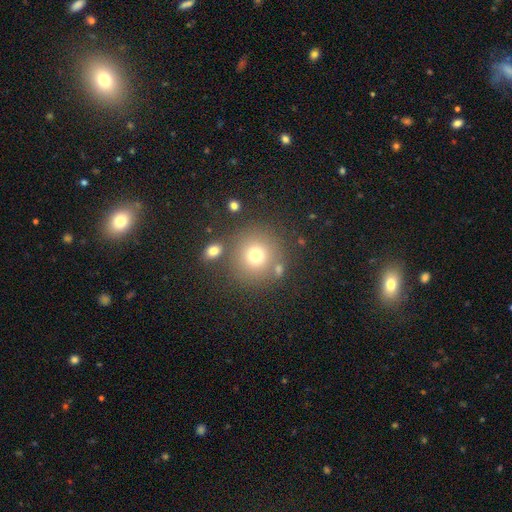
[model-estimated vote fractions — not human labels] Smooth or featured? Predicted: smooth (p=0.73). How rounded? Predicted: round (p=0.92). Merging? Predicted: none (p=0.75).